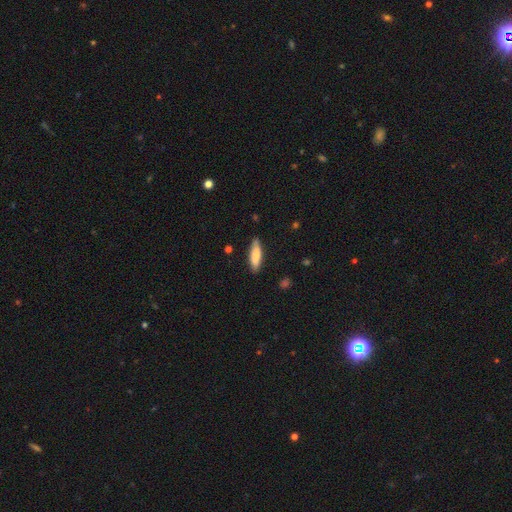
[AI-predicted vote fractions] Overall: smooth (80%). How rounded: cigar-shaped (62%; in between 37%). Merging: none (84%).